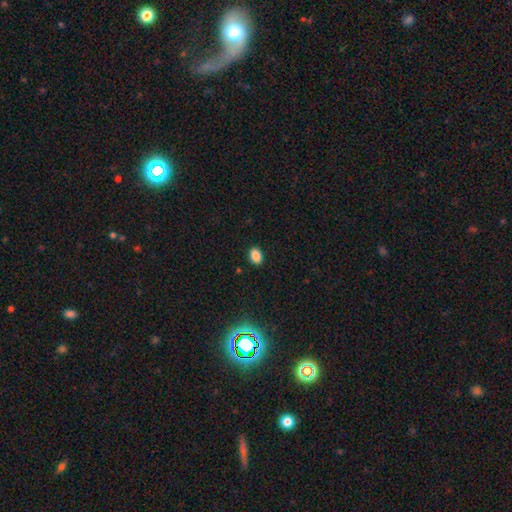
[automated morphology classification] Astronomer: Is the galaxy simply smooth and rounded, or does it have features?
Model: smooth — 85%.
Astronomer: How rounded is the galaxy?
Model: in between — 78%.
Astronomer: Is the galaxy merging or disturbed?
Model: none — 89%.